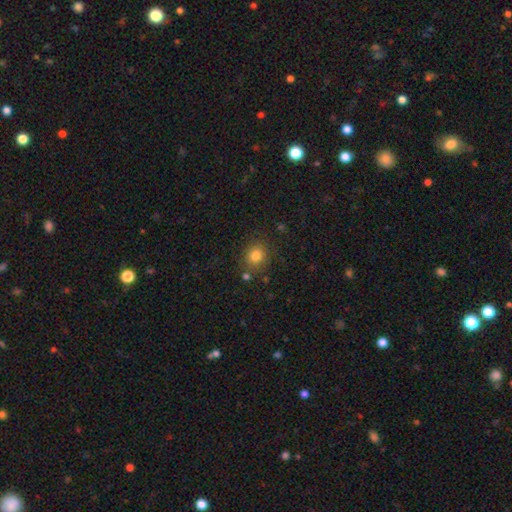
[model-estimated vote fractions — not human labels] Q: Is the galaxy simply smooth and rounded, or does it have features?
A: smooth — 81%.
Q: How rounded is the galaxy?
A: round — 81%.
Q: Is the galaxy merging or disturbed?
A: none — 82%.